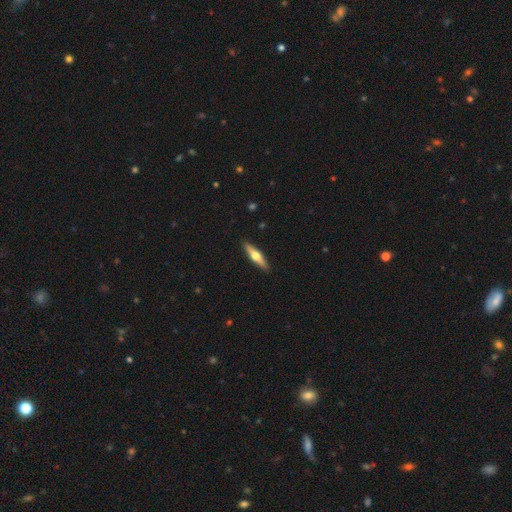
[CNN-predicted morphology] smooth_or_featured: featured or disk (p=0.55) [alt: smooth p=0.40]
disk_edge_on: yes (p=0.94) [alt: no p=0.06]
edge_on_bulge: rounded (p=0.95) [alt: none p=0.03]
merging: none (p=0.91) [alt: minor disturbance p=0.07]